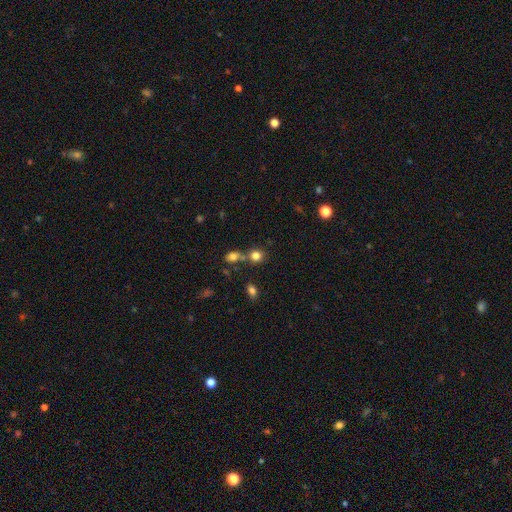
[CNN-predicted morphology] This is likely a smooth galaxy (80%). How rounded: likely round (79%). Merging: possibly none (55%).